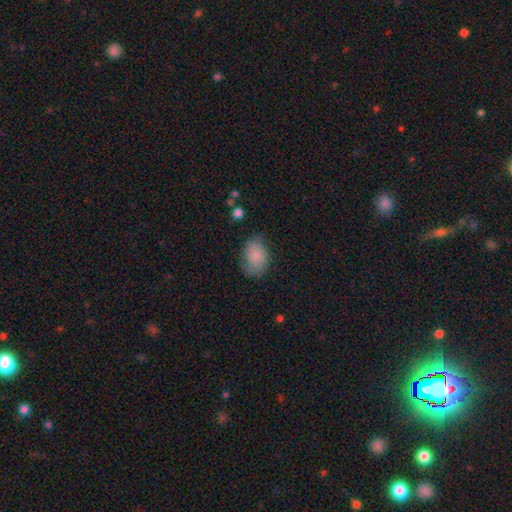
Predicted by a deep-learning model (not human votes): Smooth or featured? Predicted: smooth (p=0.72). How rounded? Predicted: in between (p=0.73). Merging? Predicted: none (p=0.59).